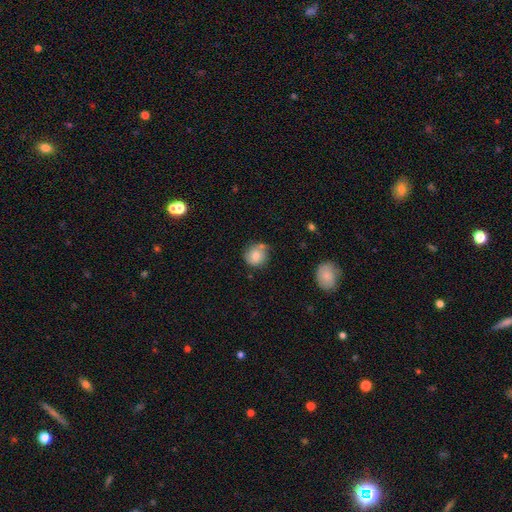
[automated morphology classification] Smooth or featured: smooth — 76% (featured or disk — 15%)
How rounded: round — 87% (in between — 12%)
Merging: none — 62% (minor disturbance — 22%)